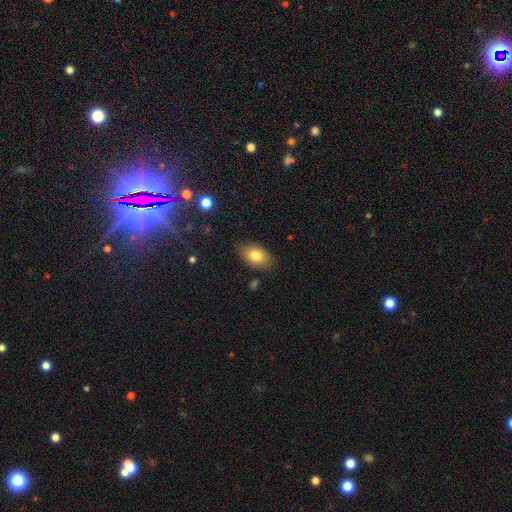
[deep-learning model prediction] Smooth or featured?
  - smooth: 80% *
  - featured or disk: 12%
  - star or artifact: 8%
How rounded?
  - in between: 89% *
  - round: 9%
  - cigar-shaped: 1%
Merging?
  - none: 83% *
  - minor disturbance: 13%
  - major disturbance: 3%
  - merger: 1%